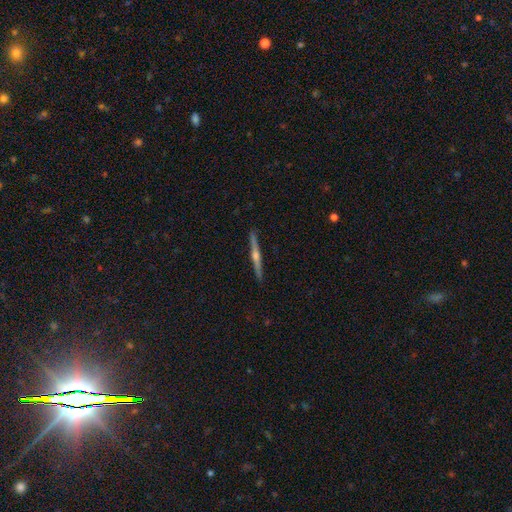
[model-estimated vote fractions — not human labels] A featured or disk galaxy (80%) viewed edge-on (98%) with a rounded central bulge (86%). Merging: none (92%).